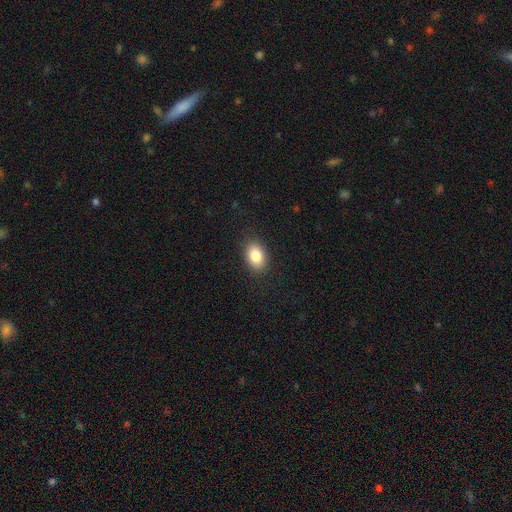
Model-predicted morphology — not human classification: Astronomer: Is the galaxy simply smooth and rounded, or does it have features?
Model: smooth — 85%.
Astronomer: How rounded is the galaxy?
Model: in between — 85%.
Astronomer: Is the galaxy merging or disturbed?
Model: none — 87%.